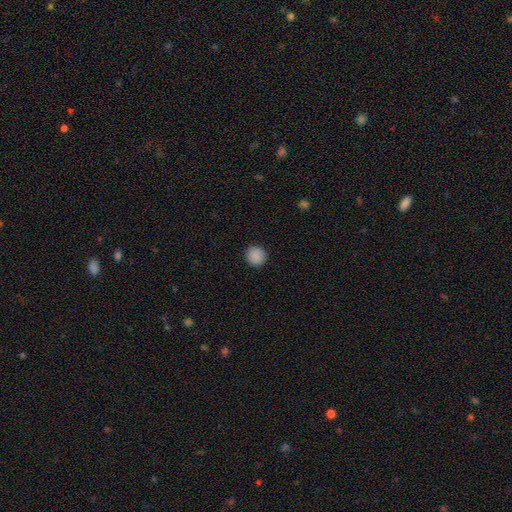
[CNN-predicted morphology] smooth_or_featured: smooth (p=0.89) [alt: star or artifact p=0.08]
how_rounded: round (p=0.93) [alt: in between p=0.06]
merging: none (p=0.92) [alt: minor disturbance p=0.06]